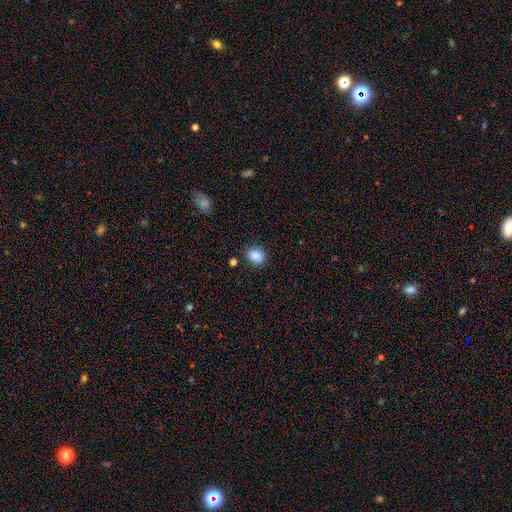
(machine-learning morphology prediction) A smooth galaxy with no disk features (87%) that is in between round and cigar-shaped (62%).

Vote fractions:
- Smooth or featured? smooth: 87% / star or artifact: 9% / featured or disk: 4%
- How rounded? in between: 62% / round: 37% / cigar-shaped: 1%
- Merging? none: 83% / minor disturbance: 12% / major disturbance: 3% / merger: 2%